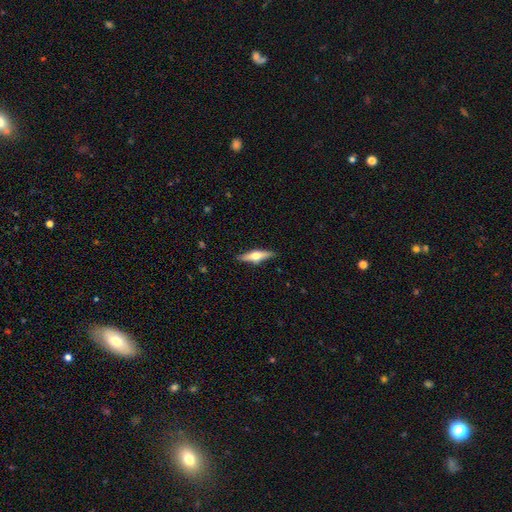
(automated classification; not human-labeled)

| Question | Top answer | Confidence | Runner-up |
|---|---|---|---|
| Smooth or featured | featured or disk | 57% | smooth (37%) |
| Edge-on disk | yes | 95% | no (5%) |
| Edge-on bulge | rounded | 94% | boxy (4%) |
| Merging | none | 88% | minor disturbance (9%) |